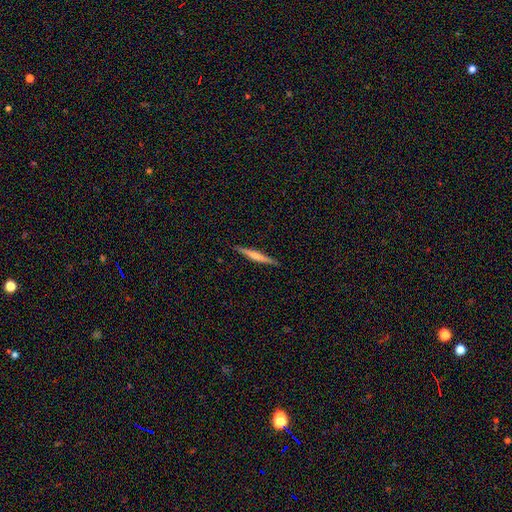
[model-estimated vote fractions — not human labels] The model was most divided on "smooth or featured": featured or disk: 49%, smooth: 45%, star or artifact: 6%. More confident: merging — none (90%).